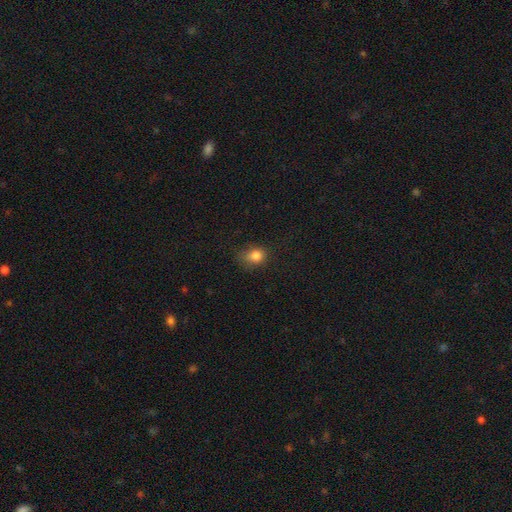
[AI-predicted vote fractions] This appears to be a smooth galaxy with no disk features (82%) that is round (59%). Merging: none (65%).